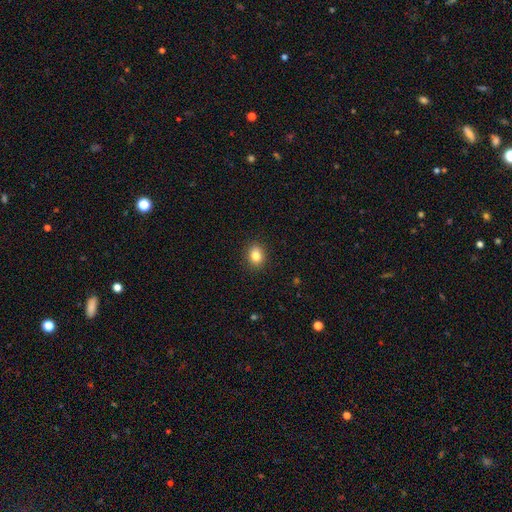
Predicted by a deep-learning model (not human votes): Smooth or featured? Predicted: smooth (p=0.82). How rounded? Predicted: round (p=0.58). Merging? Predicted: none (p=0.90).